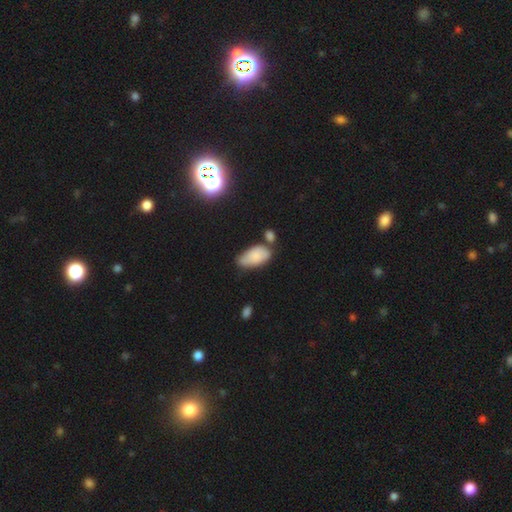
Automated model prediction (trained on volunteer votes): smooth-or-featured: smooth: 82% | featured or disk: 11% | star or artifact: 8%
  how-rounded: in between: 93% | cigar-shaped: 4% | round: 3%
  merging: none: 45% | minor disturbance: 29% | merger: 18% | major disturbance: 8%